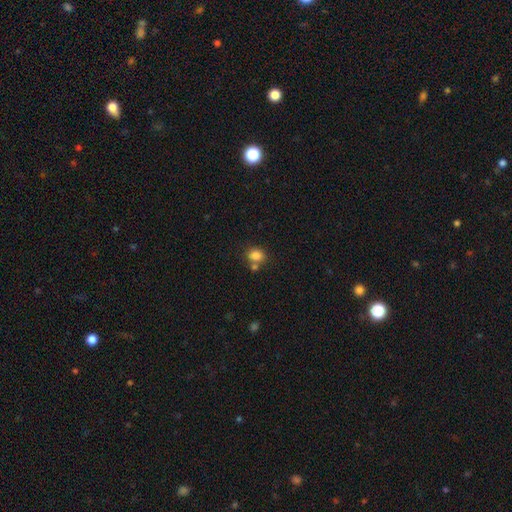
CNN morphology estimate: Smooth or featured? smooth (83%)
How rounded? round (53%)
Merging? none (59%)